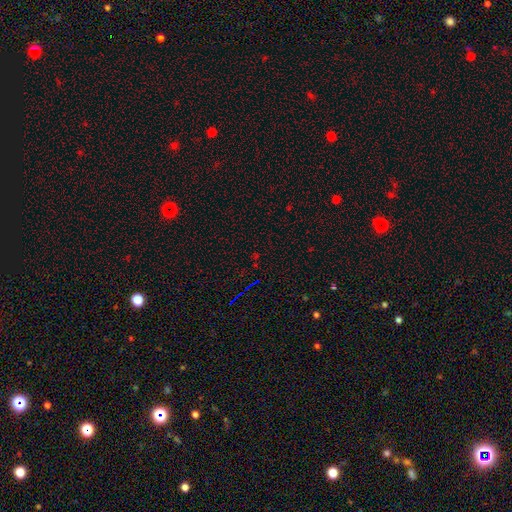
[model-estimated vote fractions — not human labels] Smooth or featured? Predicted: star or artifact (p=0.72).